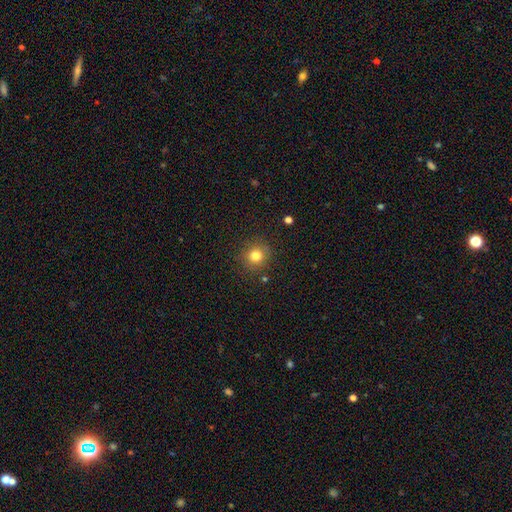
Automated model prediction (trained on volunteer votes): This appears to be a smooth galaxy with no disk features (80%) that is round (90%). Merging: none (87%).